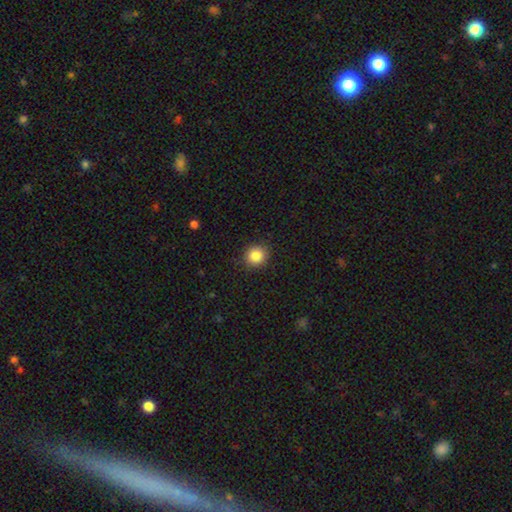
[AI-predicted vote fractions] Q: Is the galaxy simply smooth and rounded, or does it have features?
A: smooth — 86%.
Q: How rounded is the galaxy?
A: round — 87%.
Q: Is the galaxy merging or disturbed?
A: none — 89%.